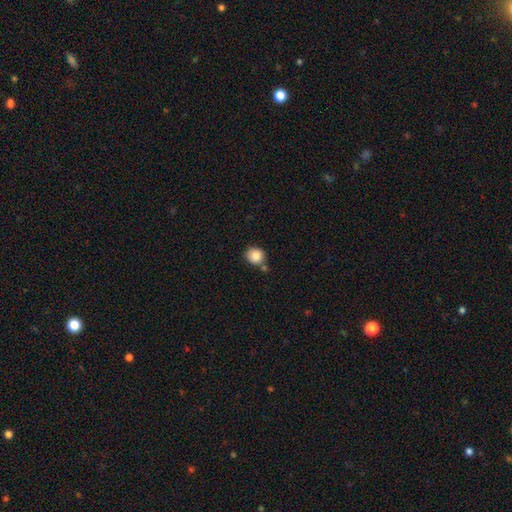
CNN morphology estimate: A smooth galaxy with no disk features (86%) that is round (81%). Merging: none (69%).